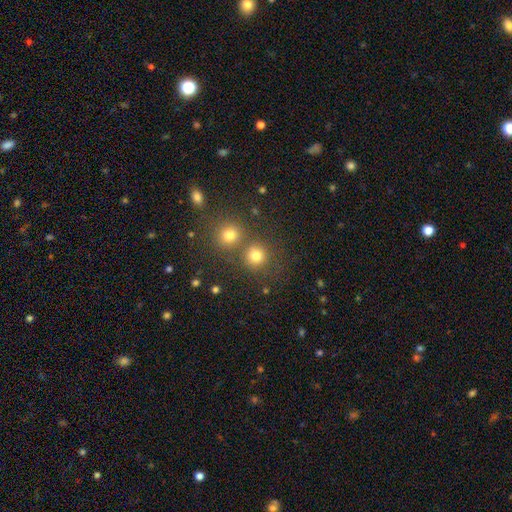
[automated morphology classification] Q: Smooth or featured?
A: smooth (77%); runner-up: star or artifact (17%)
Q: How rounded?
A: round (89%); runner-up: in between (10%)
Q: Merging?
A: none (66%); runner-up: merger (24%)